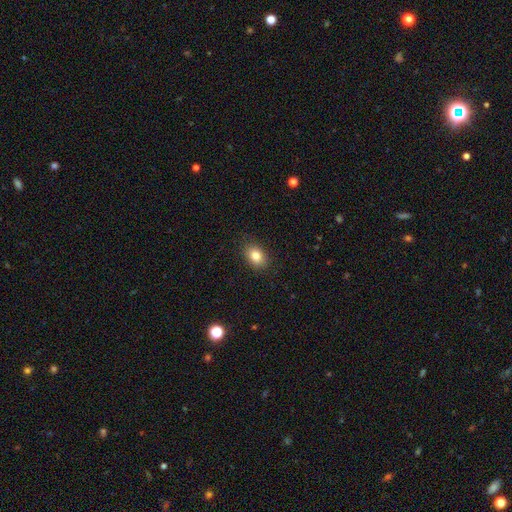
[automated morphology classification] Smooth or featured: smooth — 82% (star or artifact — 10%)
How rounded: in between — 76% (round — 23%)
Merging: none — 86% (minor disturbance — 10%)